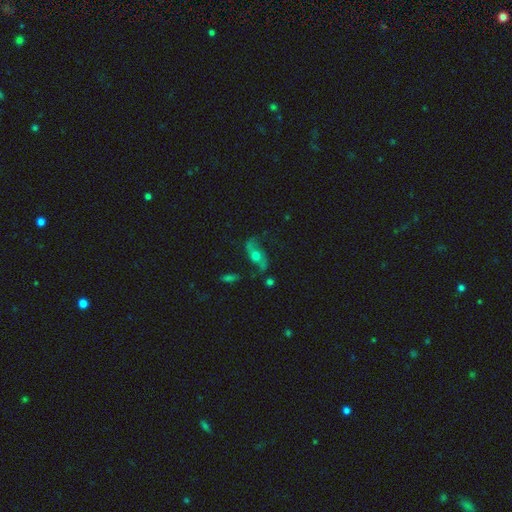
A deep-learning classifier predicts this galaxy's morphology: Smooth or featured? featured or disk (69%)
Edge-on disk? no (89%)
Bar? no (69%)
Spiral arms? yes (87%)
Spiral winding? loose (74%)
Spiral arm count? 2 (90%)
Bulge size? moderate (62%)
Merging? none (62%)